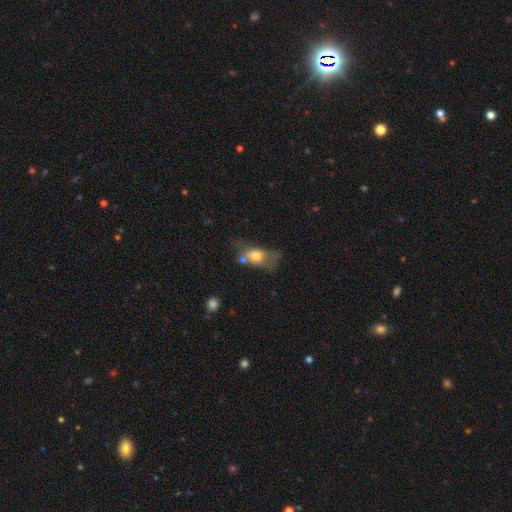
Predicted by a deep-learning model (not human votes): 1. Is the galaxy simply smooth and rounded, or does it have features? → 65% smooth, 26% featured or disk, 9% star or artifact.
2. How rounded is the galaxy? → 73% in between, 19% round, 7% cigar-shaped.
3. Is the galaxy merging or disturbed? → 31% none, 24% minor disturbance, 24% major disturbance, 22% merger.